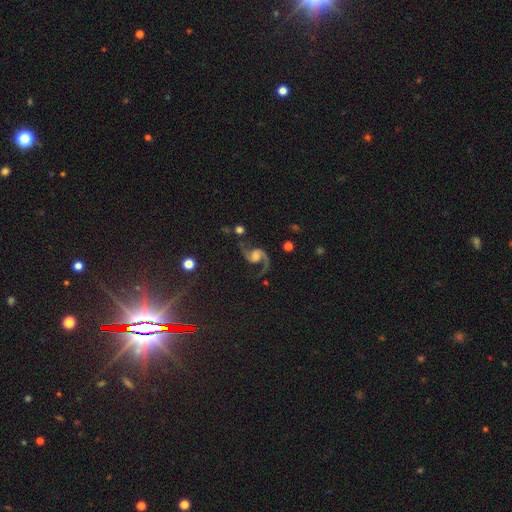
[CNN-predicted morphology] The model was most divided on "spiral winding": loose: 56%, medium: 38%, tight: 6%. Remaining: spiral arms — yes (98%); edge-on disk — no (98%); spiral arm count — 2 (94%); smooth or featured — featured or disk (91%); merging — none (72%); bar — no (57%); bulge size — moderate (44%).